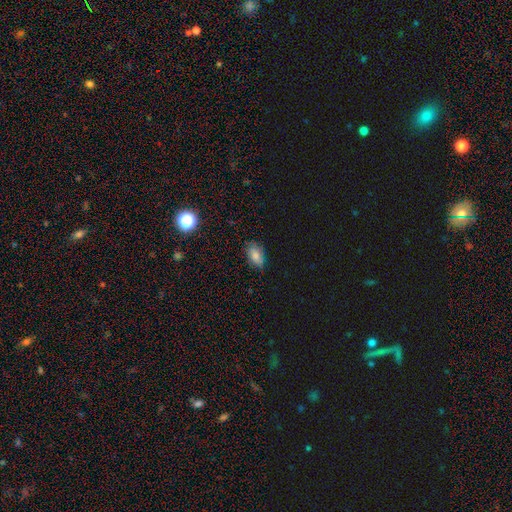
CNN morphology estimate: A smooth galaxy with no disk features (75%) that is in between round and cigar-shaped (89%). Merging: none (74%).